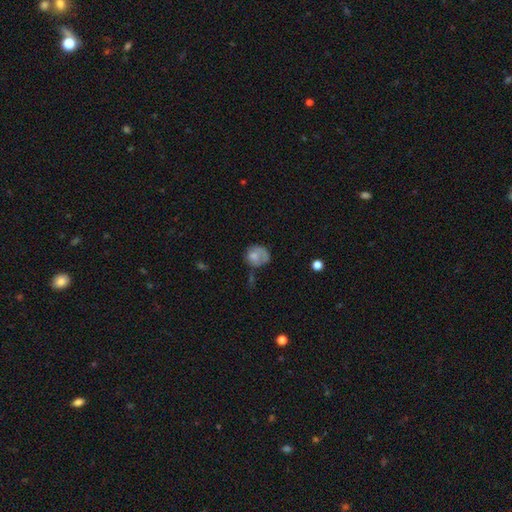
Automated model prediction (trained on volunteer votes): Smooth or featured: smooth — 66% (featured or disk — 25%)
How rounded: round — 69% (in between — 30%)
Merging: none — 39% (minor disturbance — 30%)